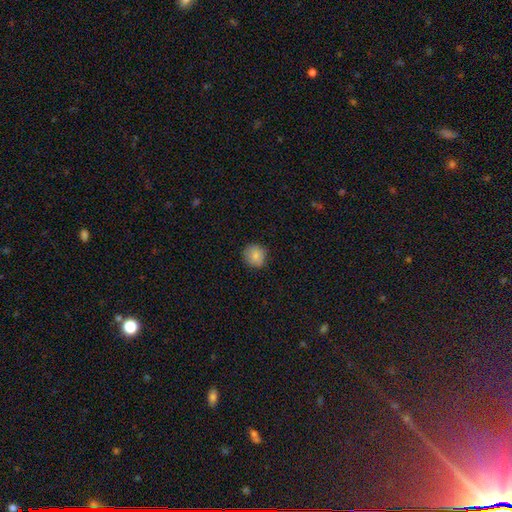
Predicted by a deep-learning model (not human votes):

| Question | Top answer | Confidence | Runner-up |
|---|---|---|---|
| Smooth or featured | smooth | 83% | star or artifact (10%) |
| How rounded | round | 91% | in between (8%) |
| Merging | none | 86% | minor disturbance (11%) |